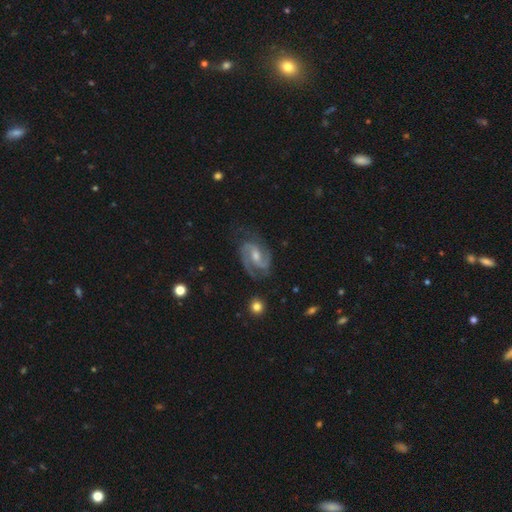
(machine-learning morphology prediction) A featured or disk galaxy (90%) with a weak bar (51%), 2 (88%) medium (55%) spiral arms (98%) and a moderate central bulge (51%).

Vote fractions:
- Smooth or featured? featured or disk: 90% / star or artifact: 5% / smooth: 5%
- Edge-on disk? no: 98% / yes: 2%
- Bar? weak: 51% / no: 27% / strong: 23%
- Spiral arms? yes: 98% / no: 2%
- Spiral winding? medium: 55% / tight: 33% / loose: 12%
- Spiral arm count? 2: 88% / 3: 5% / can't tell: 3% / 1: 2% / 4: 1% / more than 4: 1%
- Bulge size? moderate: 51% / small: 43% / none: 3% / large: 2% / dominant: 1%
- Merging? none: 76% / minor disturbance: 17% / major disturbance: 6% / merger: 2%